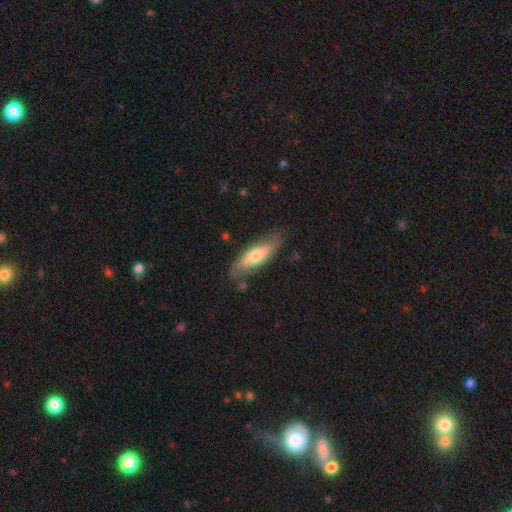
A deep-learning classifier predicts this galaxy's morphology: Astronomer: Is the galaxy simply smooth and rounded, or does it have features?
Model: smooth — 51% (runner-up: featured or disk, 43%).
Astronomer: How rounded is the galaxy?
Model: in between — 55% (runner-up: cigar-shaped, 43%).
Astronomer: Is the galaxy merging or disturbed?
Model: none — 74%.